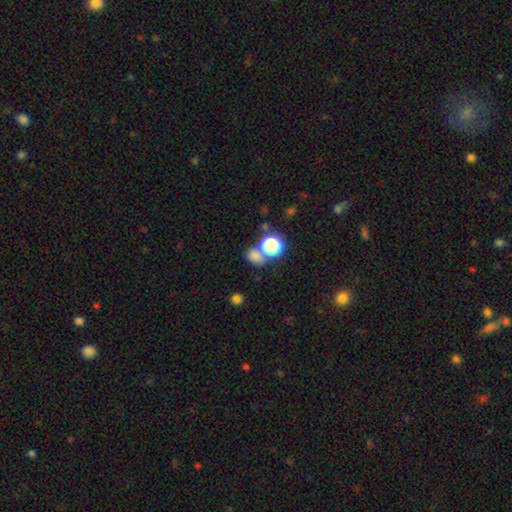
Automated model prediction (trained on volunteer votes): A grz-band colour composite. It shows a smooth galaxy with no disk features (73%) that is round (58%). Merging: none (55%).